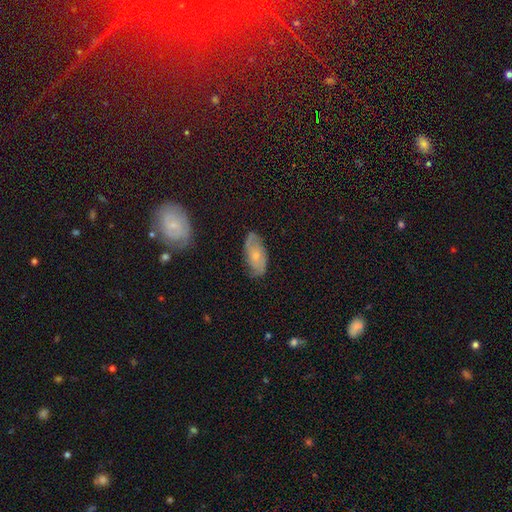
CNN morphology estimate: featured or disk 56%, smooth 35%, star or artifact 8%. Down the decision tree: edge-on disk — no (90%); bar — no (77%); spiral arms — yes (81%); bulge size — small (67%); merging — none (75%).